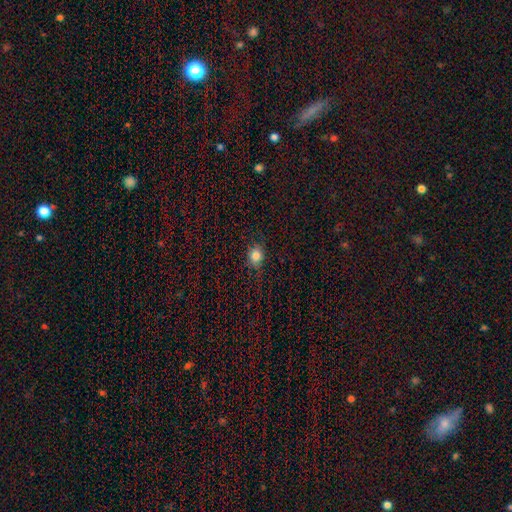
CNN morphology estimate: smooth_or_featured: smooth (p=0.82) [alt: star or artifact p=0.12]
how_rounded: round (p=0.62) [alt: in between p=0.37]
merging: none (p=0.82) [alt: minor disturbance p=0.14]